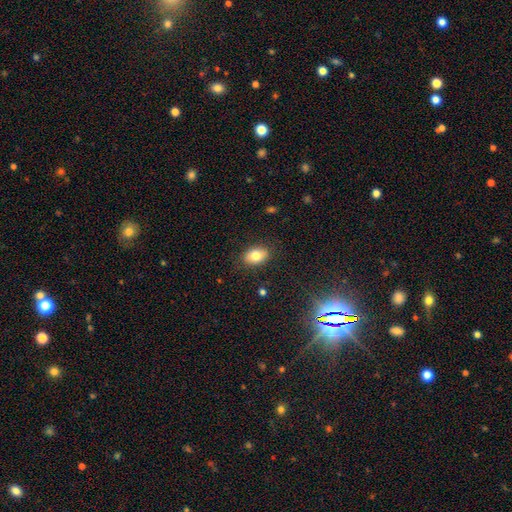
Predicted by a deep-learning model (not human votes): Smooth or featured?
  - smooth: 79% *
  - featured or disk: 12%
  - star or artifact: 9%
How rounded?
  - in between: 84% *
  - round: 14%
  - cigar-shaped: 1%
Merging?
  - none: 85% *
  - minor disturbance: 11%
  - major disturbance: 3%
  - merger: 1%